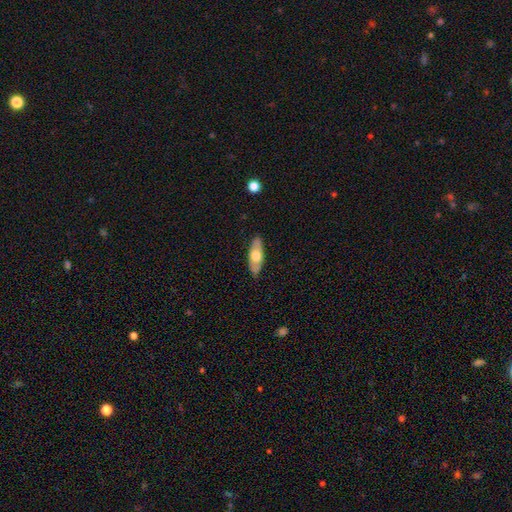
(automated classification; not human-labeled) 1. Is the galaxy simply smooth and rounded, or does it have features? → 50% smooth, 44% featured or disk, 5% star or artifact.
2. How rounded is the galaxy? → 75% in between, 22% cigar-shaped, 3% round.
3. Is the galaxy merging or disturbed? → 85% none, 11% minor disturbance, 2% major disturbance, 1% merger.